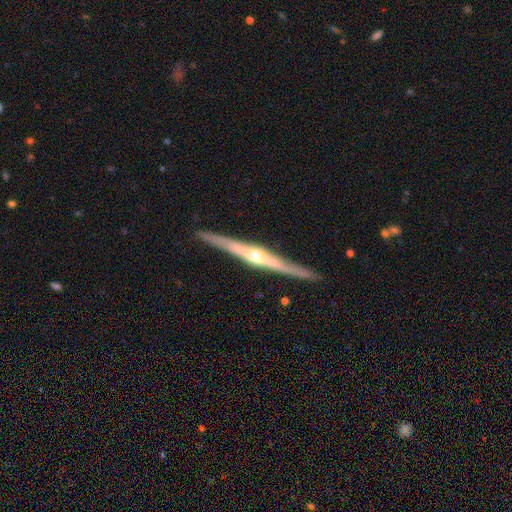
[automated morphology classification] Smooth or featured? featured or disk (84%)
Edge-on disk? yes (98%)
Edge-on bulge? rounded (80%)
Merging? none (90%)